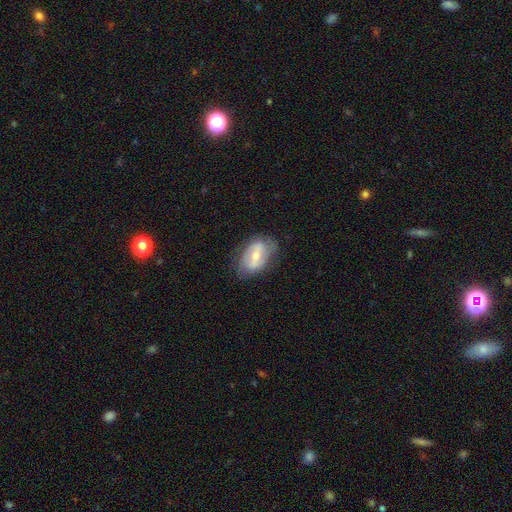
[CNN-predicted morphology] Q: Smooth or featured?
A: featured or disk (62%); runner-up: smooth (32%)
Q: Edge-on disk?
A: no (93%); runner-up: yes (7%)
Q: Bar?
A: strong (45%); runner-up: weak (39%)
Q: Spiral arms?
A: yes (65%); runner-up: no (35%)
Q: Bulge size?
A: moderate (53%); runner-up: small (42%)
Q: Merging?
A: none (71%); runner-up: minor disturbance (21%)